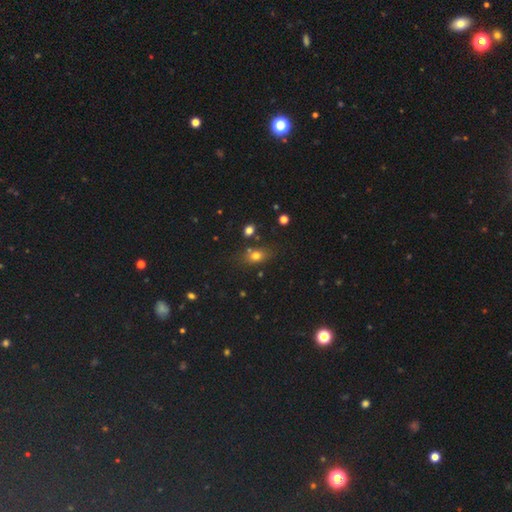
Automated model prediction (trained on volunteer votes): Smooth or featured? smooth (72%)
How rounded? in between (62%)
Merging? none (70%)